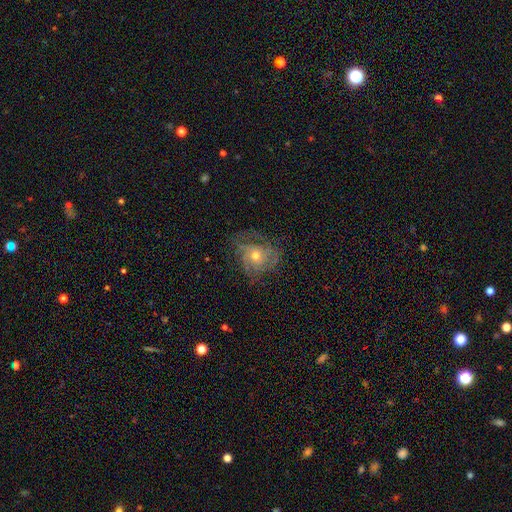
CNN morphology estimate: Overall: featured or disk (74%). Edge-on disk: no (97%). Bar: no (80%). Spiral arms: yes (89%). Spiral arm count: can't tell (30%; 3 29%). Spiral winding: tight (46%; medium 39%). Bulge size: moderate (63%; small 30%). Merging: none (64%).